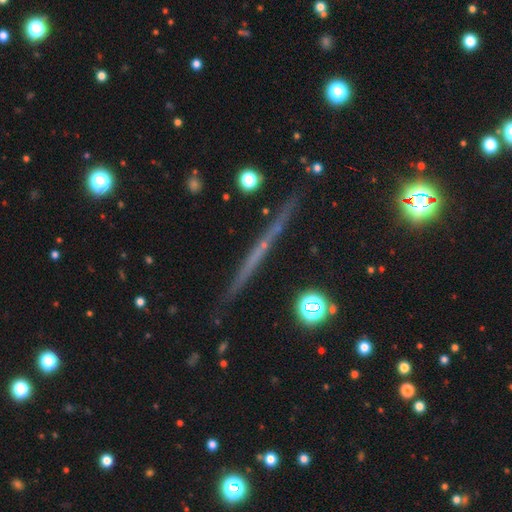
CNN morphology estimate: Smooth or featured: featured or disk — 62% (smooth — 26%)
Edge-on disk: yes — 97% (no — 3%)
Edge-on bulge: none — 83% (rounded — 13%)
Merging: none — 89% (minor disturbance — 8%)